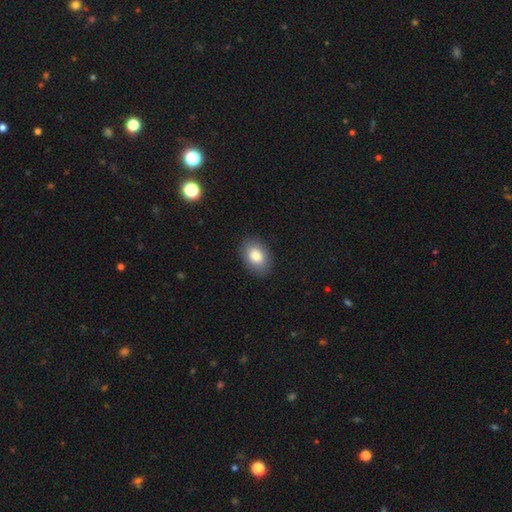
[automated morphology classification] Smooth or featured? Predicted: smooth (p=0.84). How rounded? Predicted: in between (p=0.81). Merging? Predicted: none (p=0.88).